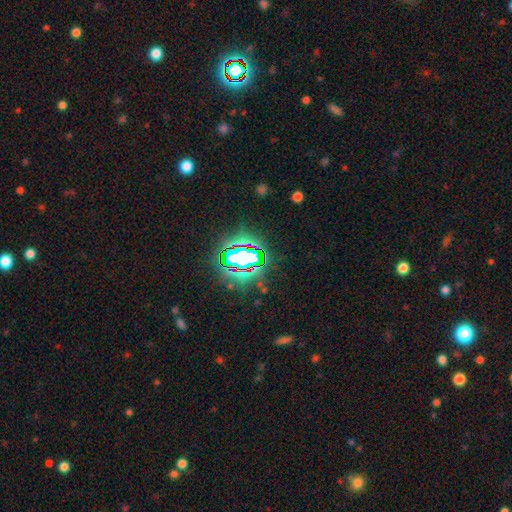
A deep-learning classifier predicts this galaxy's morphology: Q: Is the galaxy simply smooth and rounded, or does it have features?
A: star or artifact — 82%.